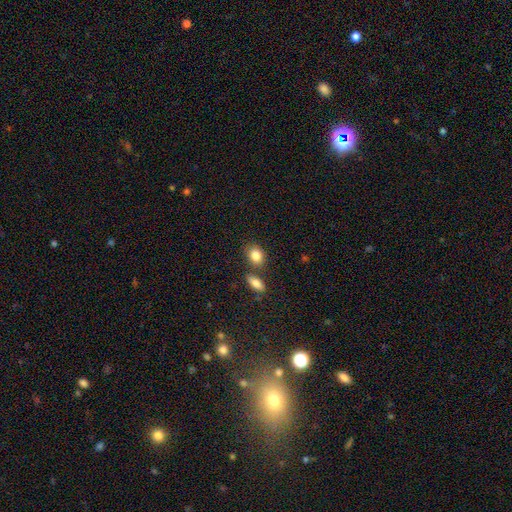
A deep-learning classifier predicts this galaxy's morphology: Smooth or featured?
  - smooth: 85% *
  - star or artifact: 8%
  - featured or disk: 7%
How rounded?
  - in between: 56% *
  - round: 42%
  - cigar-shaped: 2%
Merging?
  - none: 66% *
  - merger: 19%
  - minor disturbance: 12%
  - major disturbance: 3%